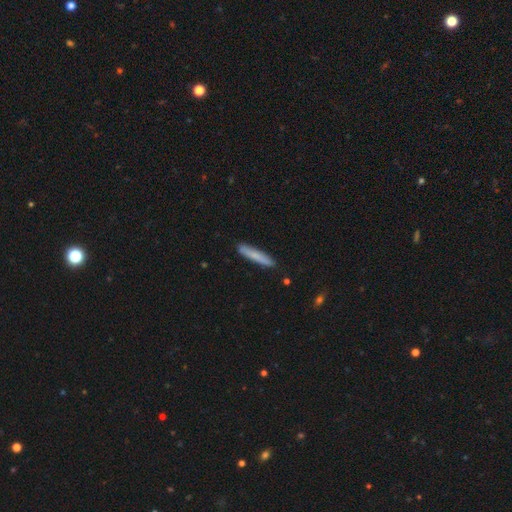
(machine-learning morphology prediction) smooth_or_featured: smooth (p=0.76) [alt: featured or disk p=0.18]
how_rounded: cigar-shaped (p=0.93) [alt: in between p=0.05]
merging: none (p=0.88) [alt: minor disturbance p=0.09]